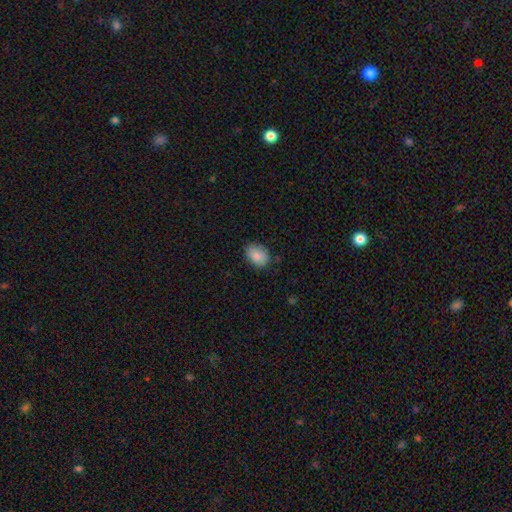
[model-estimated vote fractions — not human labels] Q: Smooth or featured?
A: smooth (87%); runner-up: star or artifact (8%)
Q: How rounded?
A: in between (74%); runner-up: round (25%)
Q: Merging?
A: none (80%); runner-up: minor disturbance (15%)